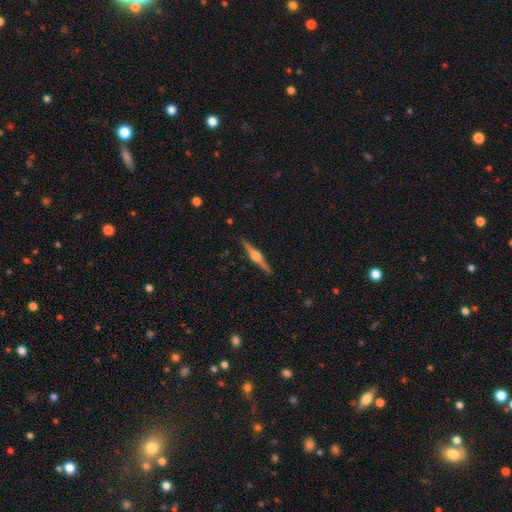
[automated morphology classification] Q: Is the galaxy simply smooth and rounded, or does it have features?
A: featured or disk — 81%.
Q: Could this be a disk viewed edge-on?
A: yes — 98%.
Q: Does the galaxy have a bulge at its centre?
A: rounded — 90%.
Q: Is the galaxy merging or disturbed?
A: none — 91%.